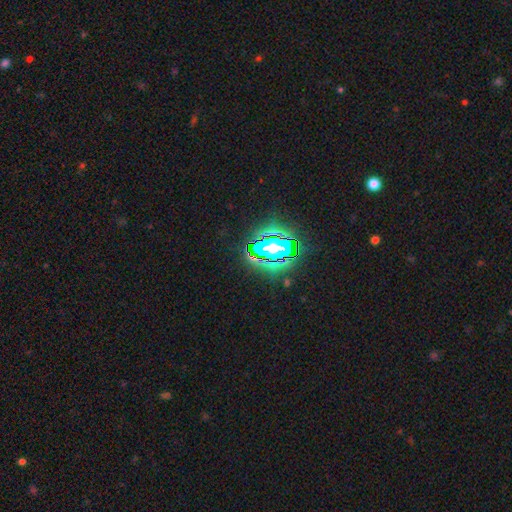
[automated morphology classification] The model was most divided on "smooth or featured": star or artifact: 70%, smooth: 16%, featured or disk: 14%.